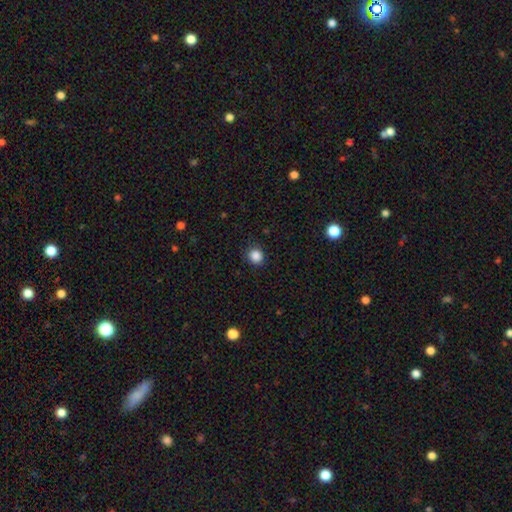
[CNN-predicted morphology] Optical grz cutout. It shows a smooth galaxy with no disk features (86%) that is round (82%). Merging: none (87%).